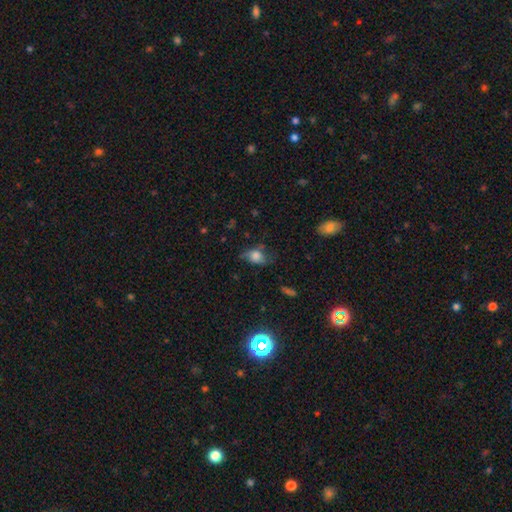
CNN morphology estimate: The model was most divided on "merging": none: 47%, minor disturbance: 30%, major disturbance: 21%, merger: 2%. More confident: how rounded — in between (71%); smooth or featured — smooth (59%).